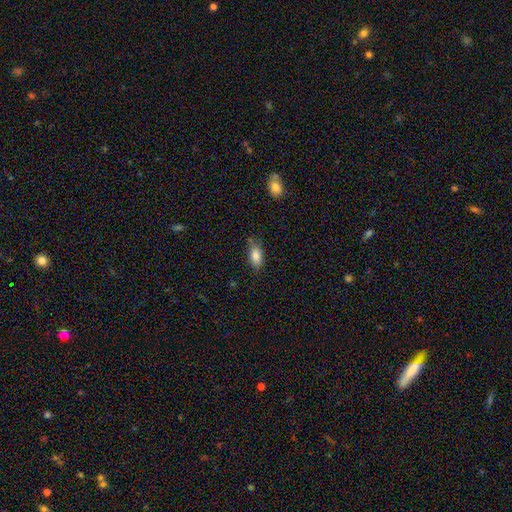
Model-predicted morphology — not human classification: Q: Smooth or featured?
A: smooth (83%); runner-up: featured or disk (9%)
Q: How rounded?
A: in between (87%); runner-up: cigar-shaped (8%)
Q: Merging?
A: none (69%); runner-up: minor disturbance (24%)